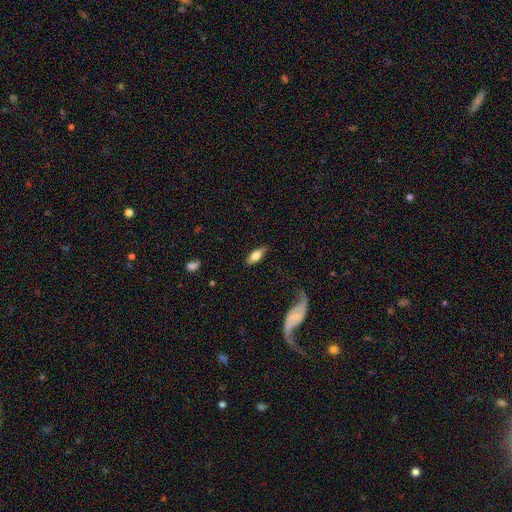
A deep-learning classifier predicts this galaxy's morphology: smooth_or_featured: smooth (p=0.62) [alt: featured or disk p=0.32]
how_rounded: in between (p=0.74) [alt: cigar-shaped p=0.23]
merging: none (p=0.75) [alt: minor disturbance p=0.17]